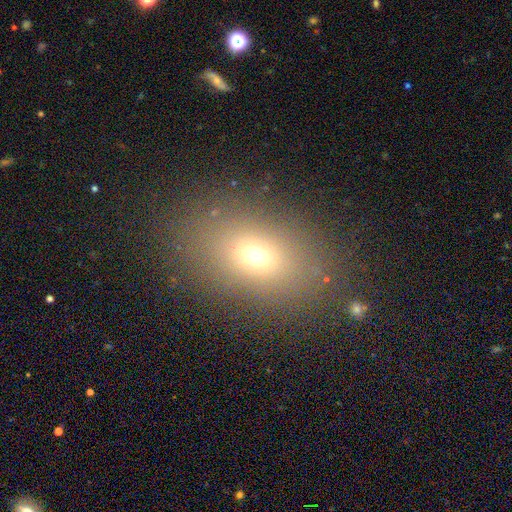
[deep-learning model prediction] Smooth or featured? smooth (67%)
How rounded? in between (71%)
Merging? none (80%)